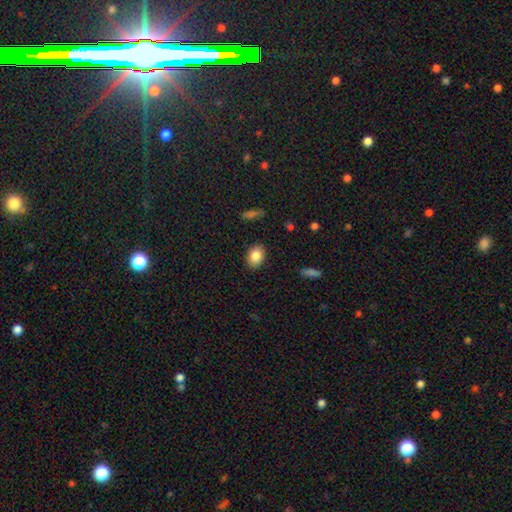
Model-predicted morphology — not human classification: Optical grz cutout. It shows a smooth galaxy with no disk features (85%) that is in between round and cigar-shaped (76%). Merging: none (88%).